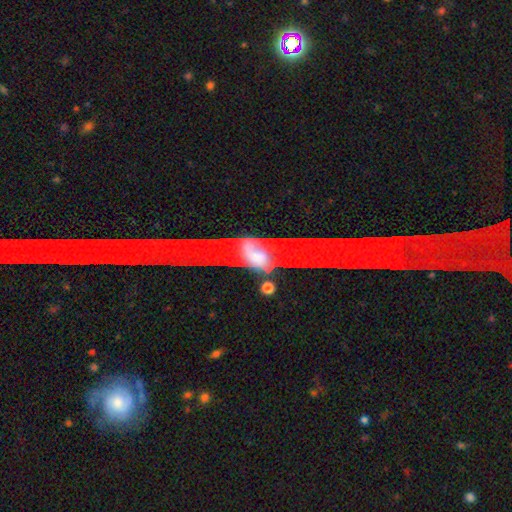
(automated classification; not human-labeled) Smooth or featured: featured or disk — 70% (smooth — 19%)
Edge-on disk: no — 72% (yes — 28%)
Bar: no — 51% (weak — 31%)
Spiral arms: yes — 57% (no — 43%)
Bulge size: moderate — 38% (large — 24%)
Merging: major disturbance — 42% (none — 30%)